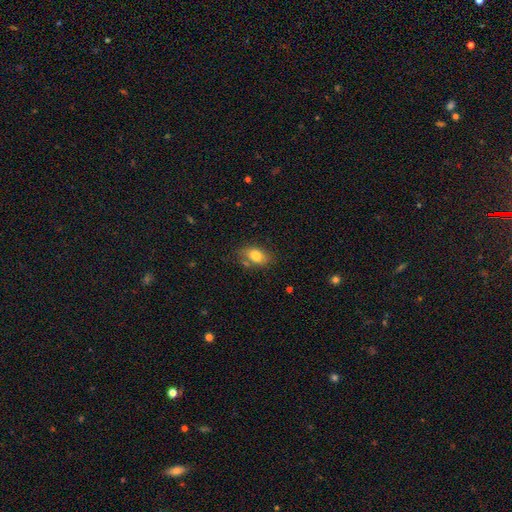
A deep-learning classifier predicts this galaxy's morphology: Overall: smooth (78%). How rounded: in between (83%). Merging: none (72%).